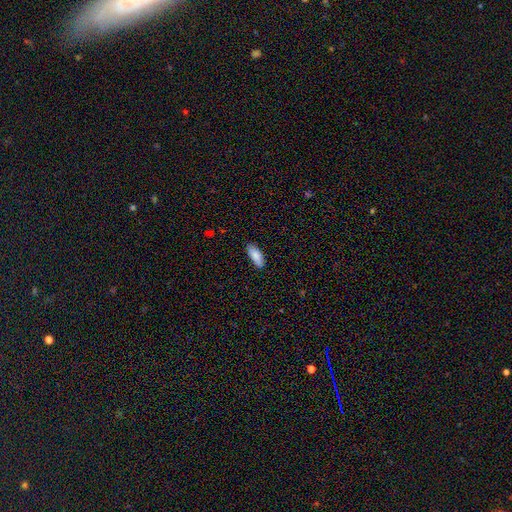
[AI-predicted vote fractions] smooth-or-featured: smooth: 87% | featured or disk: 7% | star or artifact: 6%
  how-rounded: in between: 77% | cigar-shaped: 21% | round: 2%
  merging: none: 85% | minor disturbance: 12% | major disturbance: 2% | merger: 1%